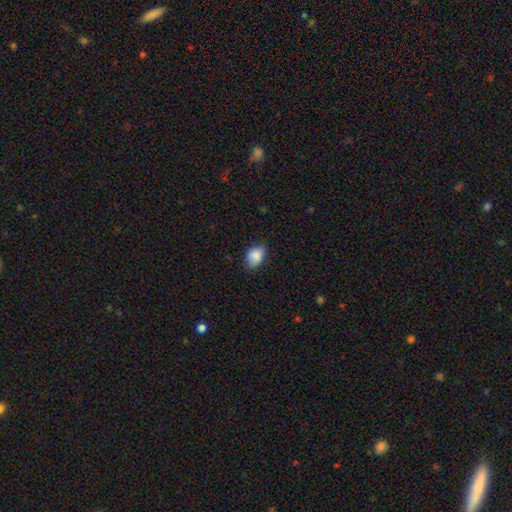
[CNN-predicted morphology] type=smooth (87%); roundness=in between (82%); merging=none (73%).